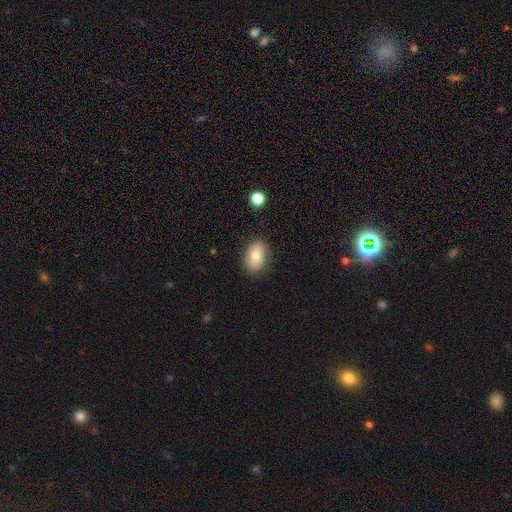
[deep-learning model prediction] A smooth galaxy with no disk features (74%) that is in between round and cigar-shaped (84%).

Vote fractions:
- Smooth or featured? smooth: 74% / featured or disk: 17% / star or artifact: 8%
- How rounded? in between: 84% / round: 14% / cigar-shaped: 2%
- Merging? none: 84% / minor disturbance: 11% / major disturbance: 3% / merger: 1%